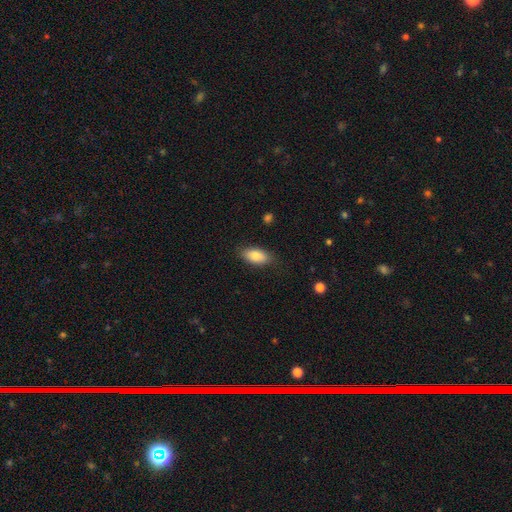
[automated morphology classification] This is clearly a smooth galaxy (83%). How rounded: clearly in between (90%). Merging: clearly none (83%).